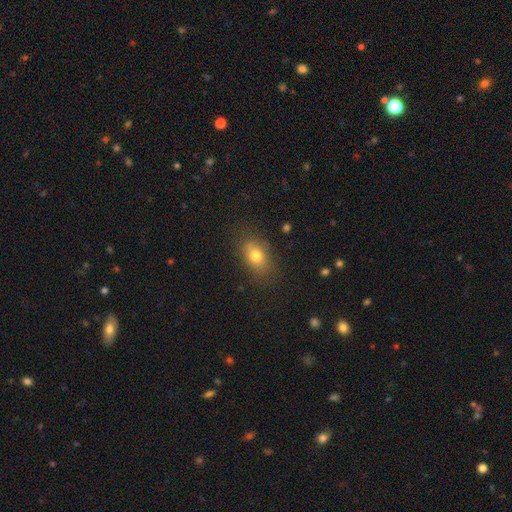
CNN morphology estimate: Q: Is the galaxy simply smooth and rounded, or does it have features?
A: smooth — 74%.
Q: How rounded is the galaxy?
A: in between — 79%.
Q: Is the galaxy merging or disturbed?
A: none — 79%.